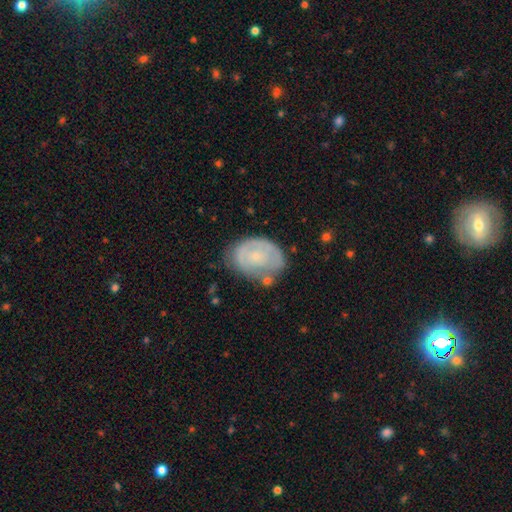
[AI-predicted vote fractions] smooth_or_featured: featured or disk (p=0.54) [alt: smooth p=0.39]
disk_edge_on: no (p=0.96) [alt: yes p=0.04]
bar: no (p=0.80) [alt: weak p=0.16]
has_spiral_arms: yes (p=0.56) [alt: no p=0.44]
bulge_size: small (p=0.68) [alt: moderate p=0.24]
merging: none (p=0.61) [alt: minor disturbance p=0.26]